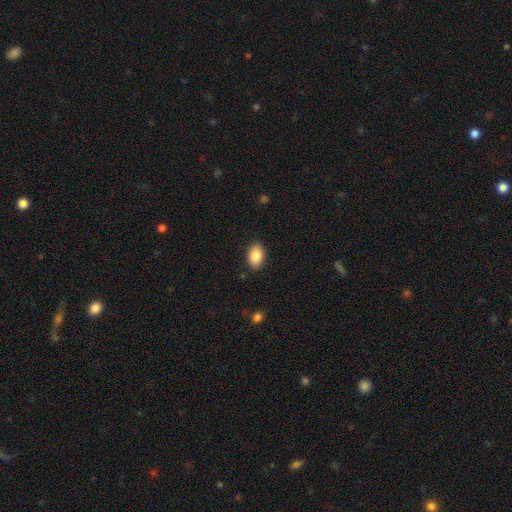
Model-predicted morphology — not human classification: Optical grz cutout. It shows a smooth galaxy with no disk features (88%) that is in between round and cigar-shaped (88%). Merging: none (87%).